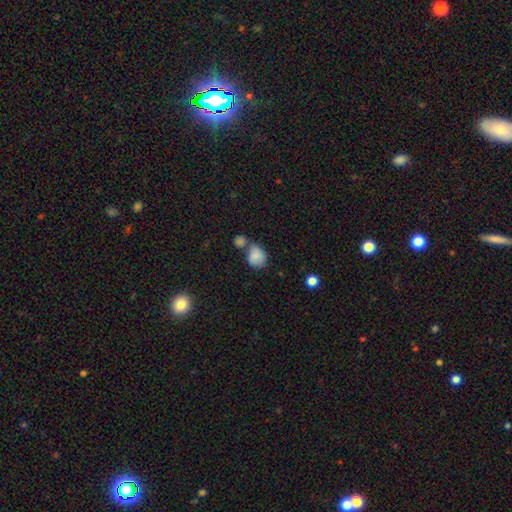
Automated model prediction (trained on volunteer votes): A smooth galaxy with no disk features (84%) that is round (57%). Merging: none (47%).